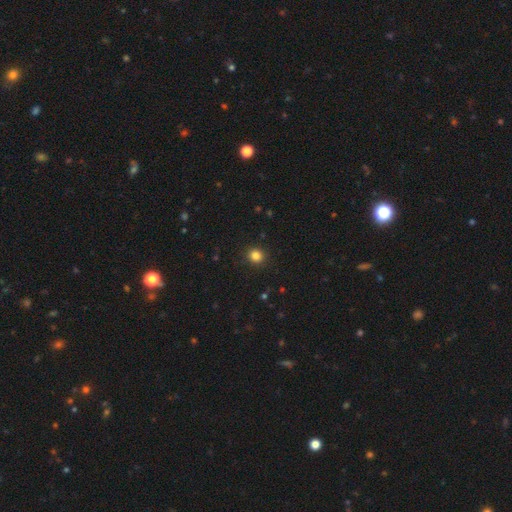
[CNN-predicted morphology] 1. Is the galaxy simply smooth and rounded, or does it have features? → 83% smooth, 12% star or artifact, 4% featured or disk.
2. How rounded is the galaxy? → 87% round, 12% in between, 1% cigar-shaped.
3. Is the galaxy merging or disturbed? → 91% none, 6% minor disturbance, 2% major disturbance, 1% merger.